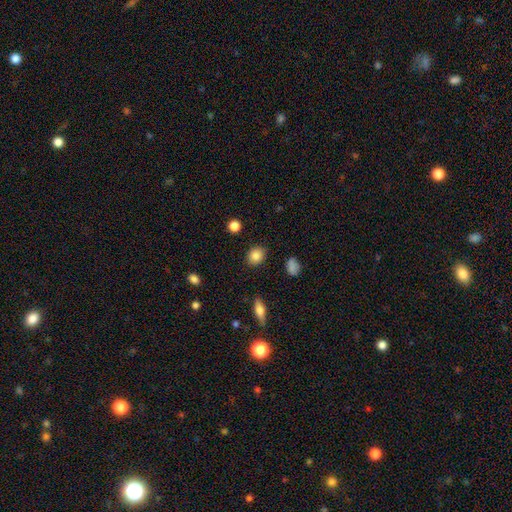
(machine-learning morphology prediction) Smooth or featured? Predicted: smooth (p=0.85). How rounded? Predicted: round (p=0.61). Merging? Predicted: none (p=0.87).